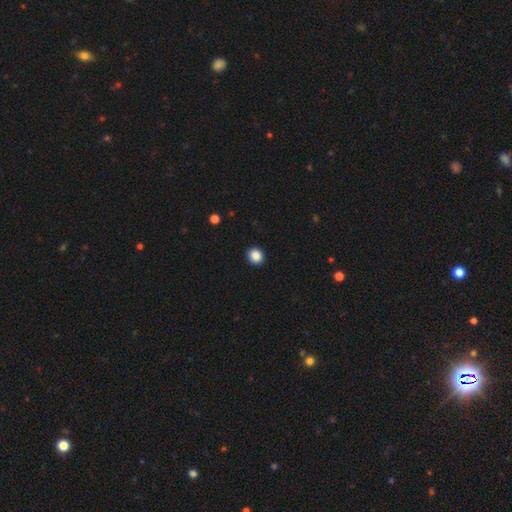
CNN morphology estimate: smooth 87%, star or artifact 10%, featured or disk 3%. Down the decision tree: how rounded — round (86%); merging — none (93%).